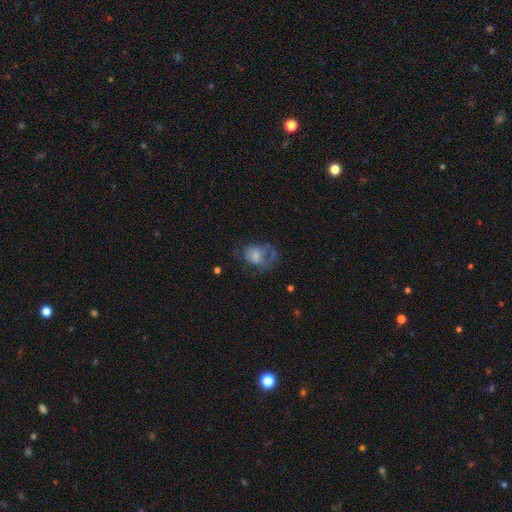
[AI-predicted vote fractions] Smooth or featured: smooth — 51% (featured or disk — 38%)
How rounded: in between — 58% (round — 41%)
Merging: major disturbance — 43% (none — 31%)